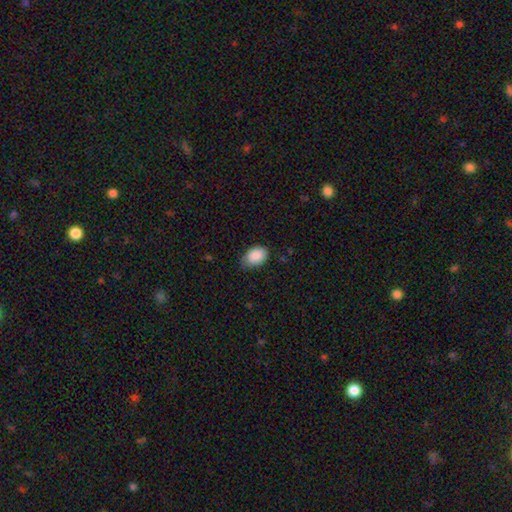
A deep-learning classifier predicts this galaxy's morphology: Smooth or featured? smooth (89%)
How rounded? in between (85%)
Merging? none (71%)